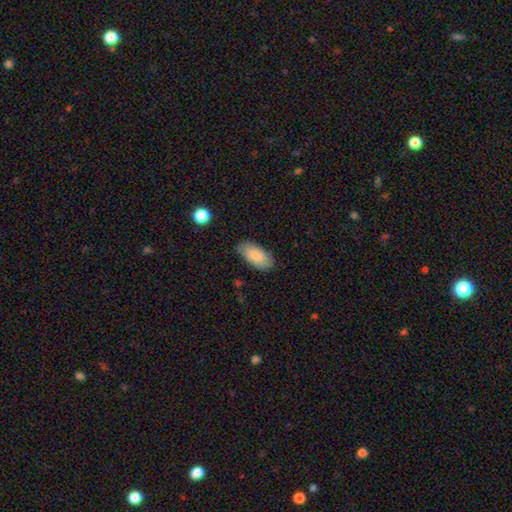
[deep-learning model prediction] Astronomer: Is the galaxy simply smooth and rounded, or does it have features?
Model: smooth — 84%.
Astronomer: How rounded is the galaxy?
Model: in between — 94%.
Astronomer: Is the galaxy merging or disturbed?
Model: none — 81%.